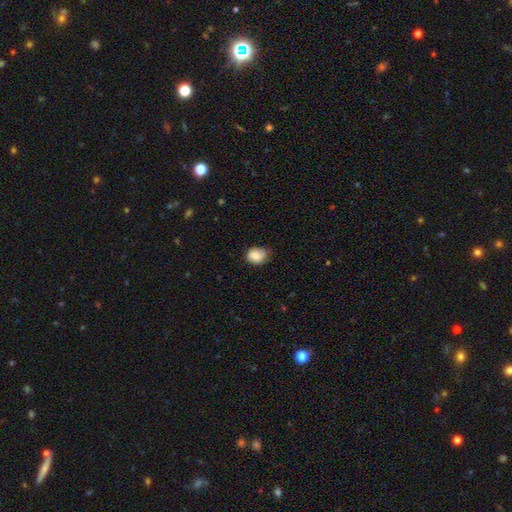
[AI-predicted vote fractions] Smooth or featured?
  - smooth: 84% *
  - featured or disk: 8%
  - star or artifact: 8%
How rounded?
  - in between: 52% *
  - round: 47%
  - cigar-shaped: 1%
Merging?
  - none: 63% *
  - minor disturbance: 30%
  - major disturbance: 6%
  - merger: 1%